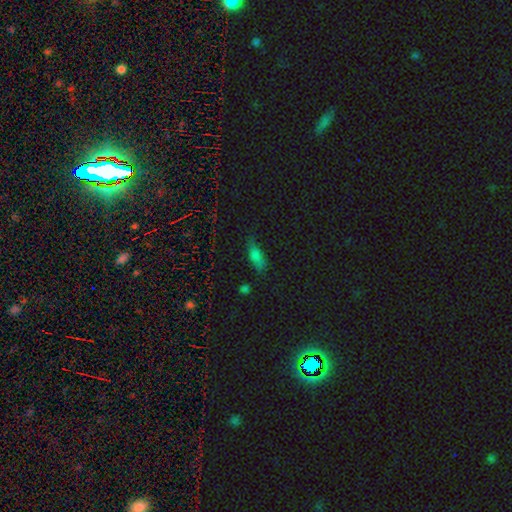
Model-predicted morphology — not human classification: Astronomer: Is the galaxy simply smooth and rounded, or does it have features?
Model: smooth — 68%.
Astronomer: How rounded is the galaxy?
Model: in between — 67%.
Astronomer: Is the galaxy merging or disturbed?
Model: none — 61%.